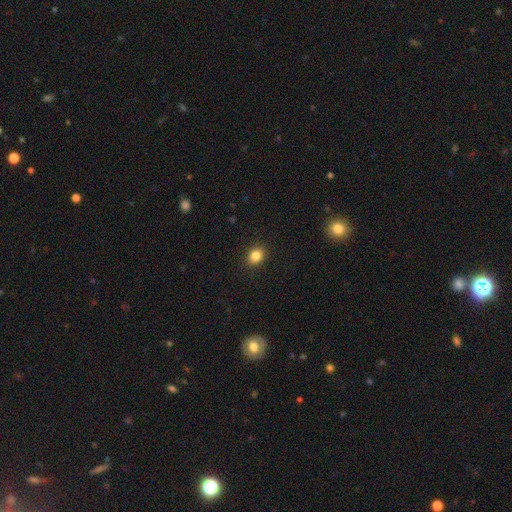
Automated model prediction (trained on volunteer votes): Smooth or featured? Predicted: smooth (p=0.84). How rounded? Predicted: in between (p=0.54). Merging? Predicted: none (p=0.90).